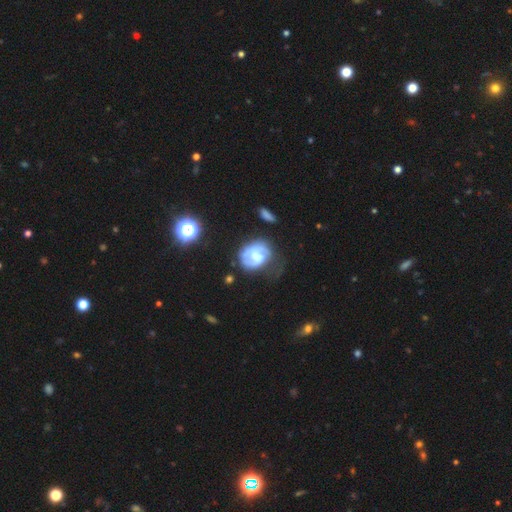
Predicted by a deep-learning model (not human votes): featured or disk 60%, smooth 32%, star or artifact 8%. Down the decision tree: edge-on disk — no (97%); bar — no (53%); spiral arms — yes (73%); bulge size — moderate (44%); merging — none (39%).